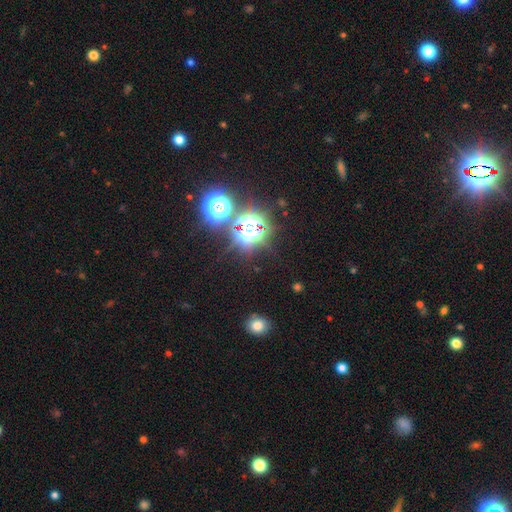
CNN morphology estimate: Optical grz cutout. It shows a star or artifact, not a galaxy (71%).